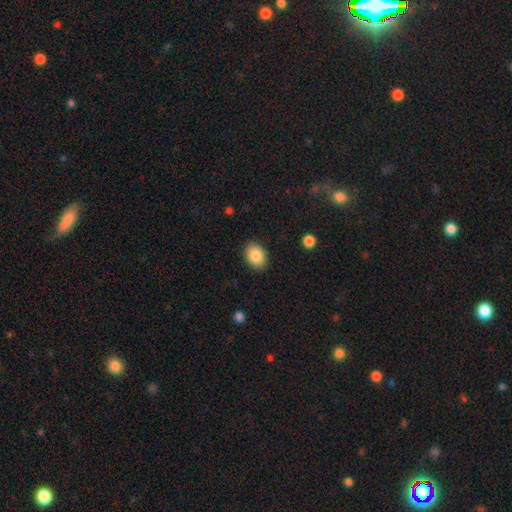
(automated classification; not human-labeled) Smooth or featured? smooth (86%)
How rounded? in between (75%)
Merging? none (87%)